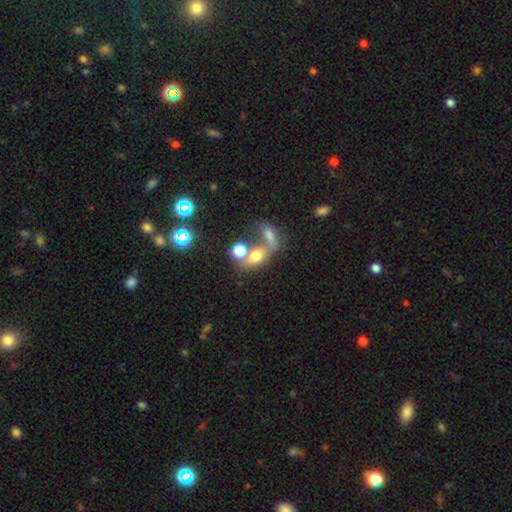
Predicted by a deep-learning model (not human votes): Overall: smooth (65%). How rounded: in between (66%; round 28%). Merging: merger (53%; none 27%).